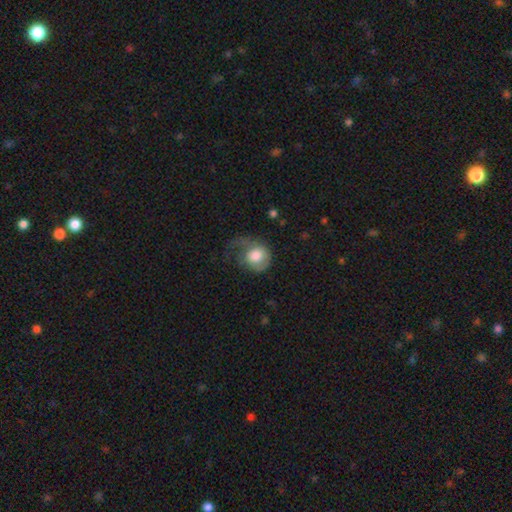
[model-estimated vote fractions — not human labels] smooth-or-featured: smooth: 56% | featured or disk: 37% | star or artifact: 7%
  how-rounded: round: 70% | in between: 29% | cigar-shaped: 1%
  merging: major disturbance: 49% | none: 26% | minor disturbance: 23% | merger: 2%